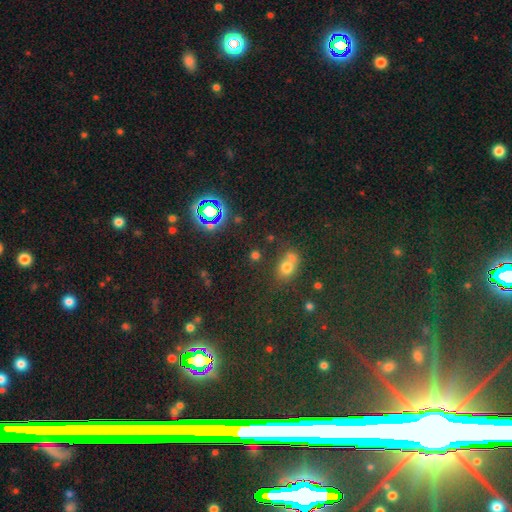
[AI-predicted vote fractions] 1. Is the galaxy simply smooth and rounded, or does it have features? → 58% smooth, 32% star or artifact, 11% featured or disk.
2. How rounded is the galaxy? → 64% round, 34% in between, 2% cigar-shaped.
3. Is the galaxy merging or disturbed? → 51% none, 33% merger, 10% minor disturbance, 5% major disturbance.